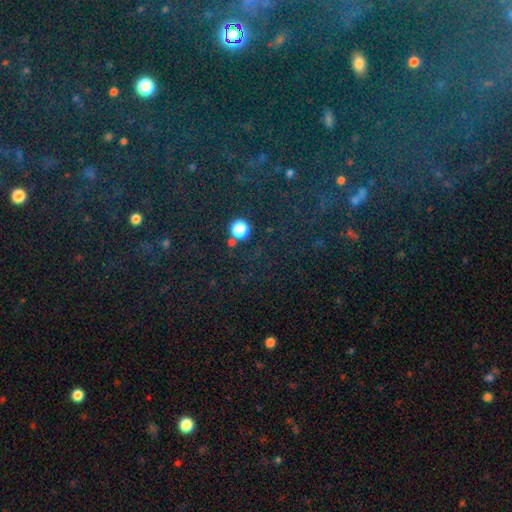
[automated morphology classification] Q: Smooth or featured?
A: star or artifact (77%); runner-up: smooth (13%)